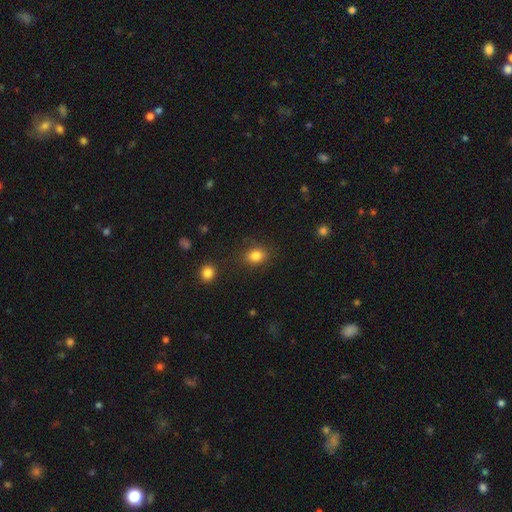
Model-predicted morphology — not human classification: The model was most divided on "how rounded": round: 54%, in between: 46%, cigar-shaped: 1%. More confident: smooth or featured — smooth (83%); merging — none (81%).